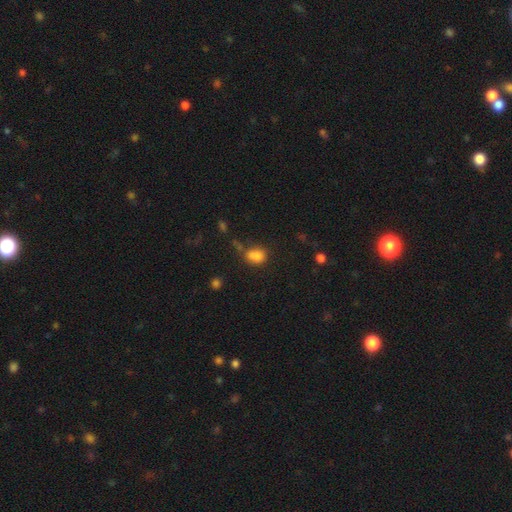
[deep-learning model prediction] smooth_or_featured: smooth (p=0.79) [alt: star or artifact p=0.13]
how_rounded: in between (p=0.53) [alt: round p=0.46]
merging: none (p=0.43) [alt: merger p=0.29]